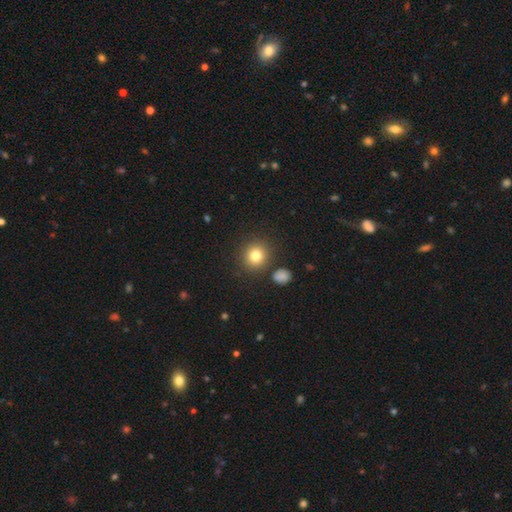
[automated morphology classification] Smooth or featured?
  - smooth: 81% *
  - star or artifact: 12%
  - featured or disk: 7%
How rounded?
  - round: 89% *
  - in between: 10%
  - cigar-shaped: 1%
Merging?
  - none: 85% *
  - minor disturbance: 7%
  - merger: 4%
  - major disturbance: 3%